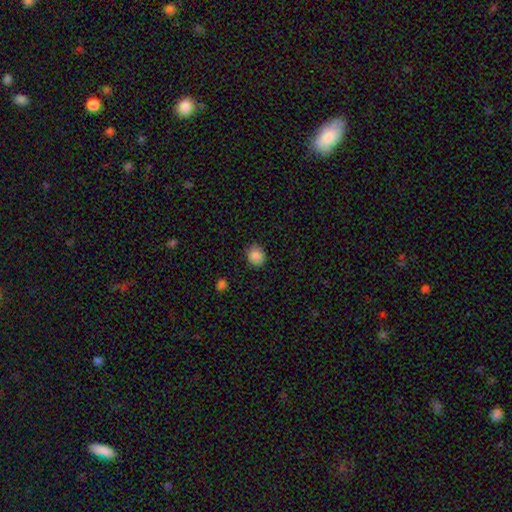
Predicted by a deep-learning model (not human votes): This is clearly a smooth galaxy (87%). How rounded: likely round (78%). Merging: clearly none (87%).